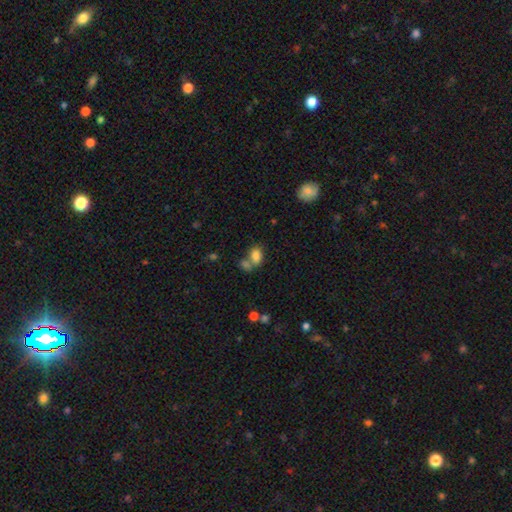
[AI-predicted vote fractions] The model was most divided on "merging" (2-way tie): none: 41%, merger: 41%, minor disturbance: 12%, major disturbance: 6%. More confident: how rounded — in between (82%); smooth or featured — smooth (81%).